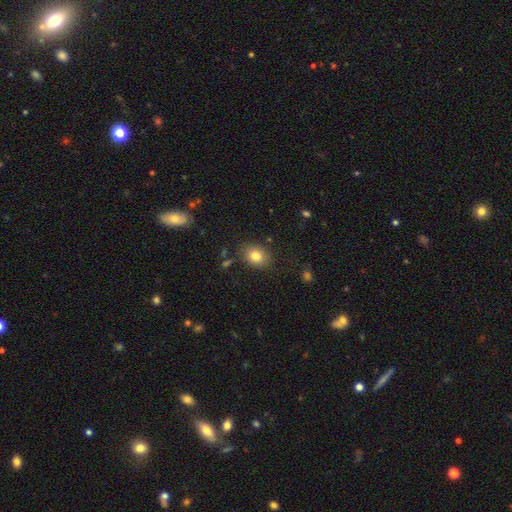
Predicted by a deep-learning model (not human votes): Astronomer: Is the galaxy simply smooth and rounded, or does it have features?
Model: smooth — 81%.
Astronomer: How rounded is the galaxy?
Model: in between — 52% (runner-up: round, 48%).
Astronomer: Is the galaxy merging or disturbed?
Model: none — 83%.